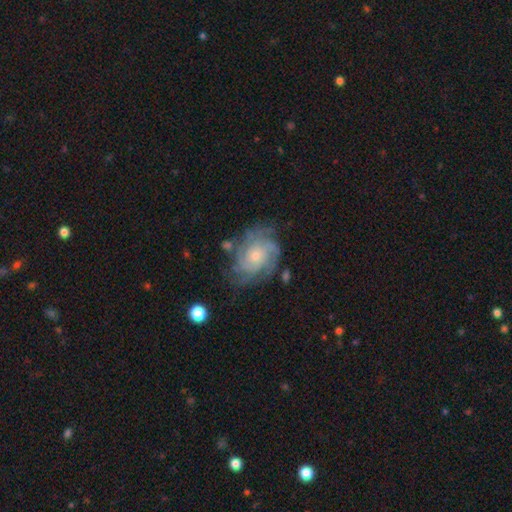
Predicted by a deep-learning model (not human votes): smooth_or_featured: featured or disk (p=0.83) [alt: smooth p=0.11]
disk_edge_on: no (p=0.97) [alt: yes p=0.03]
bar: no (p=0.78) [alt: weak p=0.19]
has_spiral_arms: yes (p=0.96) [alt: no p=0.04]
spiral_winding: tight (p=0.64) [alt: medium p=0.29]
spiral_arm_count: can't tell (p=0.30) [alt: 4 p=0.26]
bulge_size: small (p=0.62) [alt: moderate p=0.32]
merging: none (p=0.69) [alt: minor disturbance p=0.19]